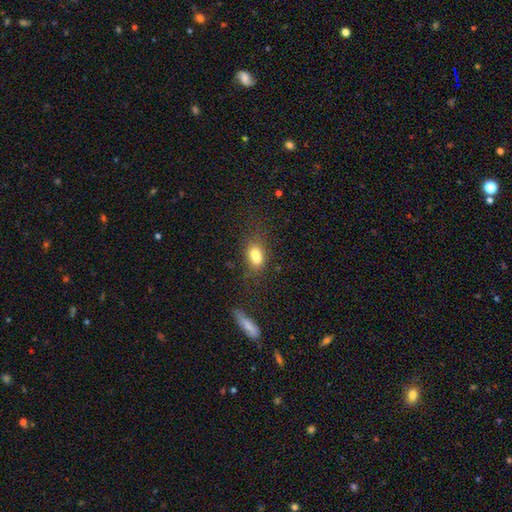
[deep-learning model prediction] Smooth or featured? Predicted: smooth (p=0.75). How rounded? Predicted: in between (p=0.78). Merging? Predicted: none (p=0.49).